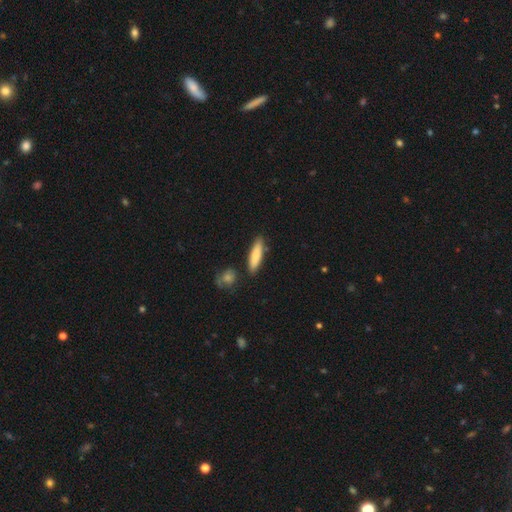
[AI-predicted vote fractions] This appears to be a smooth galaxy with no disk features (83%) that is cigar-shaped (72%). Merging: none (83%).